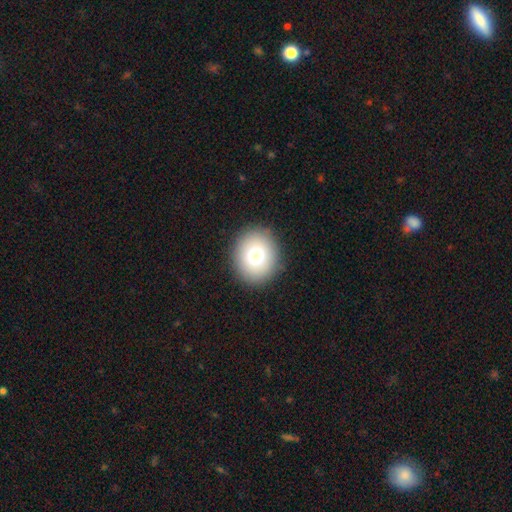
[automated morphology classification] Q: Smooth or featured?
A: smooth (76%); runner-up: featured or disk (13%)
Q: How rounded?
A: round (78%); runner-up: in between (21%)
Q: Merging?
A: none (90%); runner-up: minor disturbance (7%)